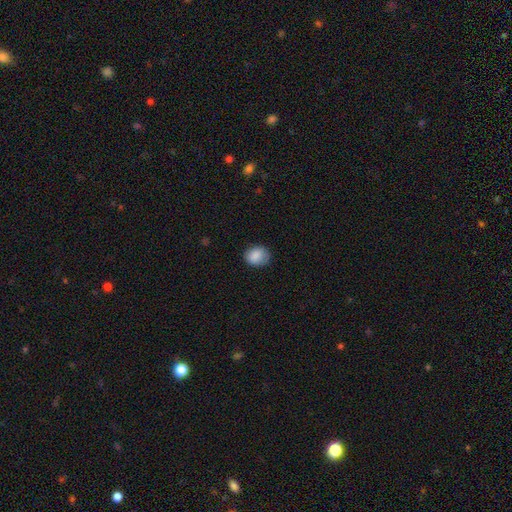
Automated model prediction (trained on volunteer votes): A smooth galaxy with no disk features (86%) that is round (55%). Merging: none (74%).